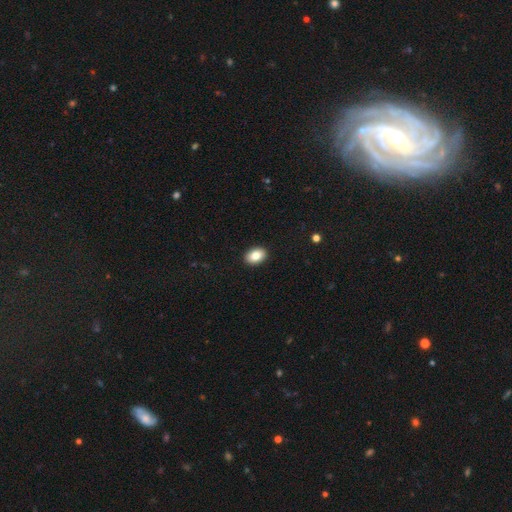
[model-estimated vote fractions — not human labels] Overall: smooth (84%). How rounded: in between (83%). Merging: none (91%).